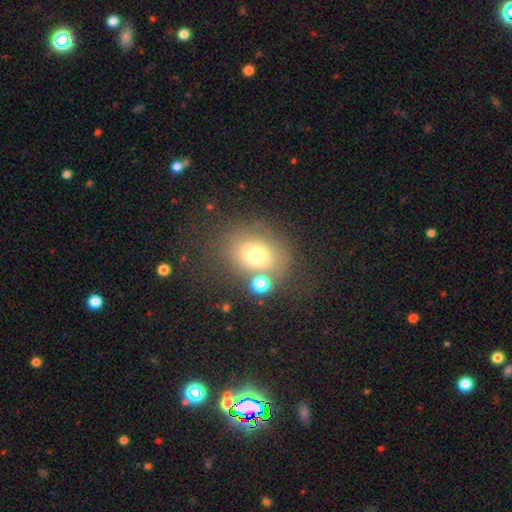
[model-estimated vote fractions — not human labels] Morphology: type=smooth (69%); roundness=round (51%); merging=none (61%).